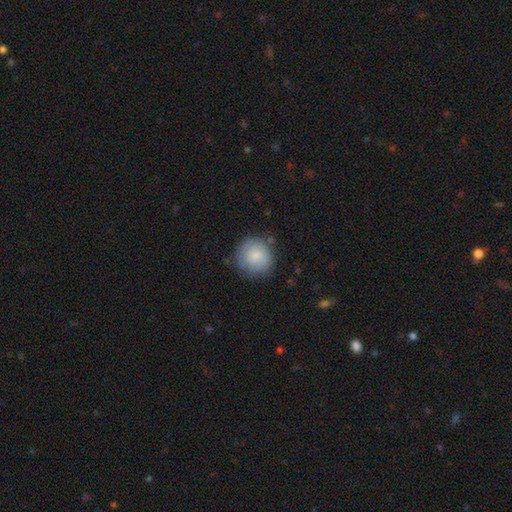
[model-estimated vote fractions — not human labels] This appears to be a smooth galaxy with no disk features (83%) that is round (92%). Merging: none (80%).